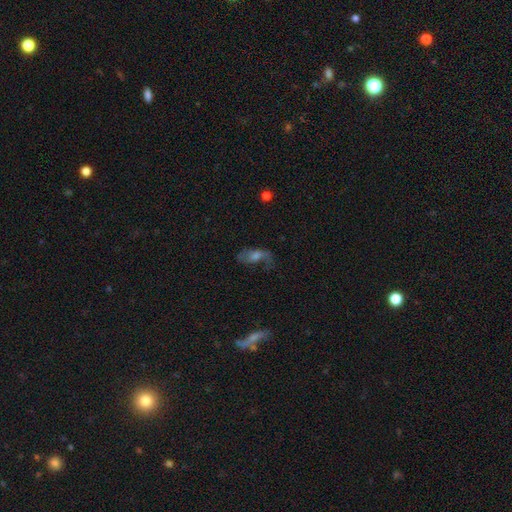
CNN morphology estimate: The model was most divided on "merging": none: 44%, major disturbance: 31%, minor disturbance: 22%, merger: 4%. More confident: edge-on disk — no (88%); smooth or featured — featured or disk (52%).